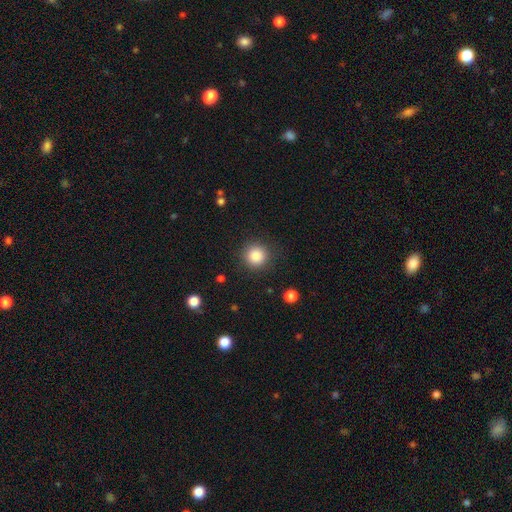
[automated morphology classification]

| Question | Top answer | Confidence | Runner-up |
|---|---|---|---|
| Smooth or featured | smooth | 86% | star or artifact (10%) |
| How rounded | round | 94% | in between (5%) |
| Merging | none | 88% | minor disturbance (8%) |